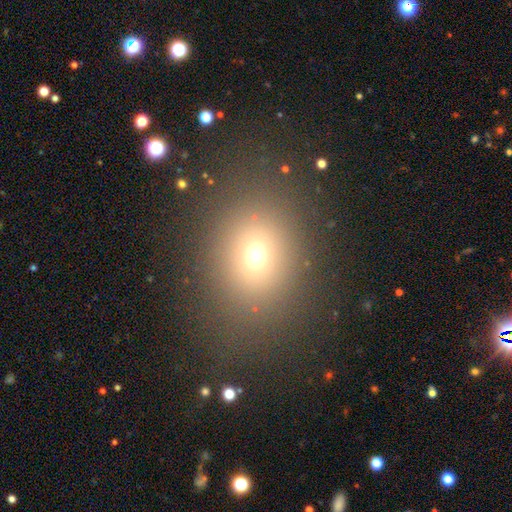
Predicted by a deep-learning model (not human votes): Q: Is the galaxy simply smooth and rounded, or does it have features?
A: smooth — 67%.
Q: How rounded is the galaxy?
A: round — 59%.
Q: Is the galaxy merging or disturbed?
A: none — 85%.